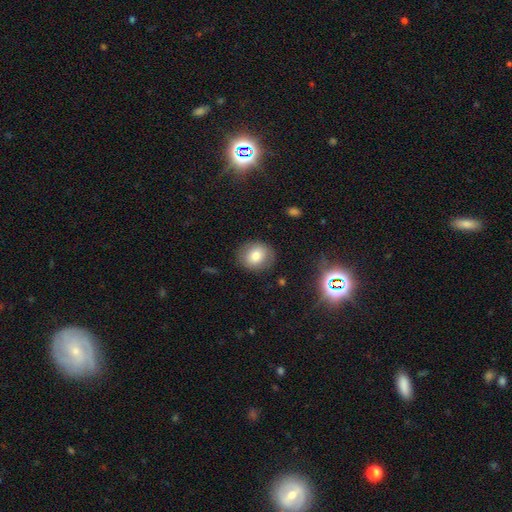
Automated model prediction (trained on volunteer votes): This appears to be a smooth galaxy with no disk features (77%) that is round (69%). Merging: none (83%).